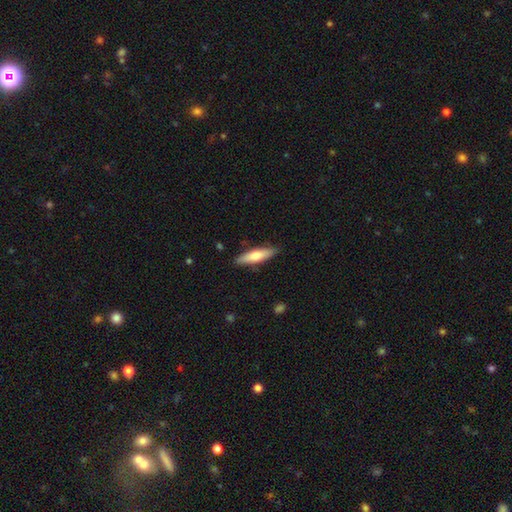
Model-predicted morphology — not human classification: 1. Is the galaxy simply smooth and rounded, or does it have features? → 65% smooth, 30% featured or disk, 5% star or artifact.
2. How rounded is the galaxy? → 69% cigar-shaped, 30% in between, 2% round.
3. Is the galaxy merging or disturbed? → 87% none, 10% minor disturbance, 2% major disturbance, 1% merger.